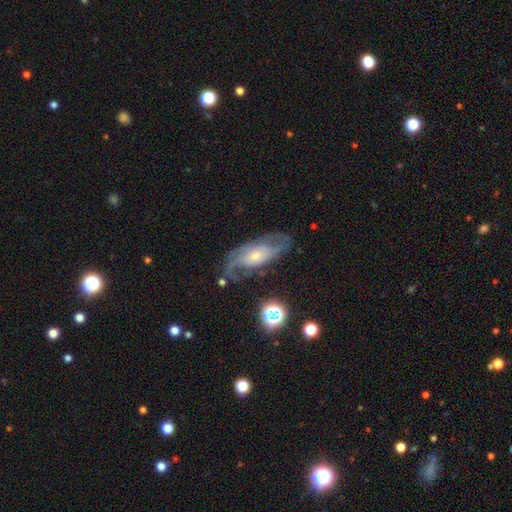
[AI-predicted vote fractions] smooth-or-featured: featured or disk: 77% | smooth: 16% | star or artifact: 7%
  disk-edge-on: no: 91% | yes: 9%
    bar: no: 67% | weak: 26% | strong: 6%
    has-spiral-arms: yes: 90% | no: 10%
      spiral-winding: medium: 45% | tight: 32% | loose: 24%
      spiral-arm-count: 2: 60% | can't tell: 21% | 1: 8% | 3: 6% | 4: 2% | more than 4: 2%
    bulge-size: small: 48% | moderate: 40% | large: 6% | none: 4% | dominant: 2%
  merging: none: 63% | minor disturbance: 20% | major disturbance: 14% | merger: 3%